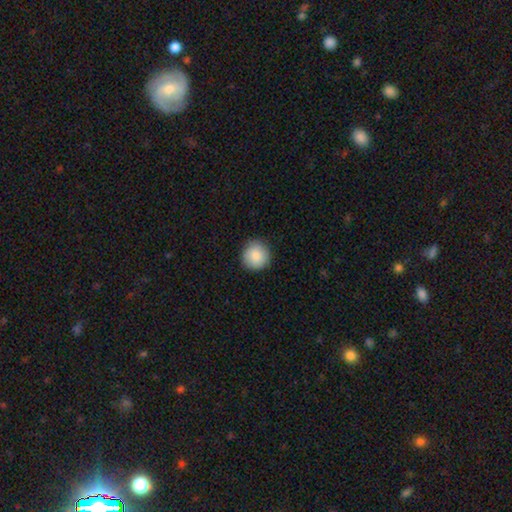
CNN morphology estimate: The model was most divided on "smooth or featured": smooth: 87%, star or artifact: 7%, featured or disk: 6%. More confident: how rounded — round (94%); merging — none (90%).